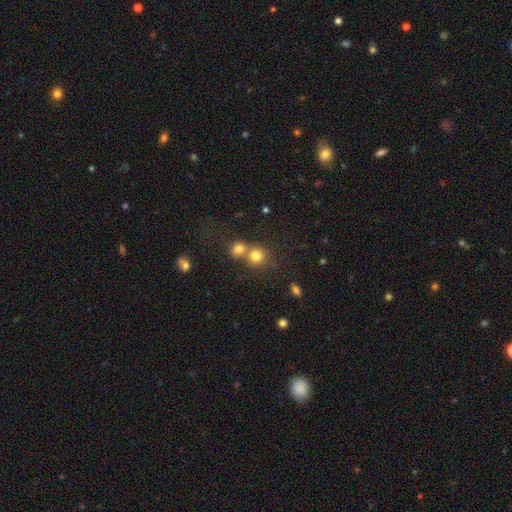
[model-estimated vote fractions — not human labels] A smooth galaxy with no disk features (78%) that is round (84%). Merging: merger (46%).